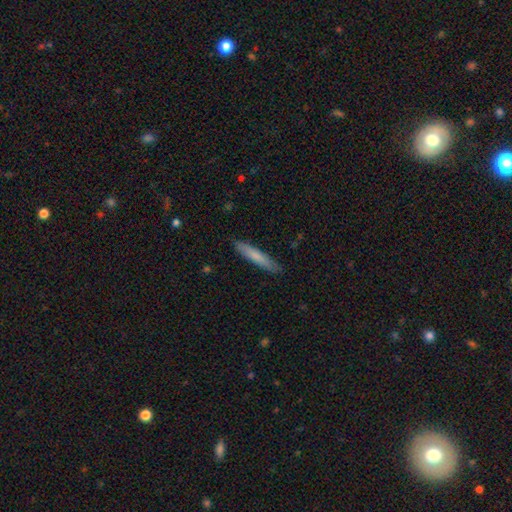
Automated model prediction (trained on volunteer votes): Smooth or featured: smooth — 73% (featured or disk — 22%)
How rounded: cigar-shaped — 93% (in between — 6%)
Merging: none — 88% (minor disturbance — 9%)